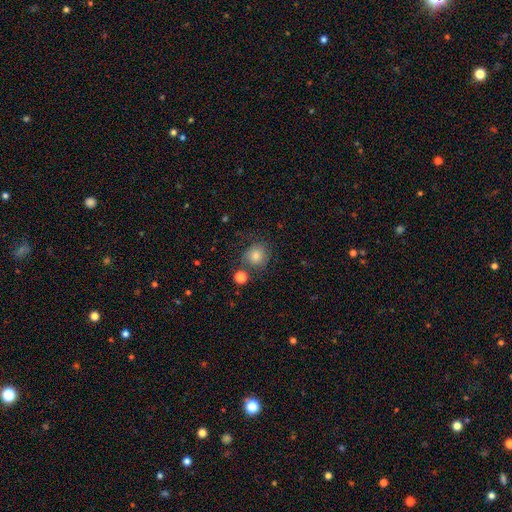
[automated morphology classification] Overall: smooth (75%). How rounded: round (82%). Merging: none (73%).